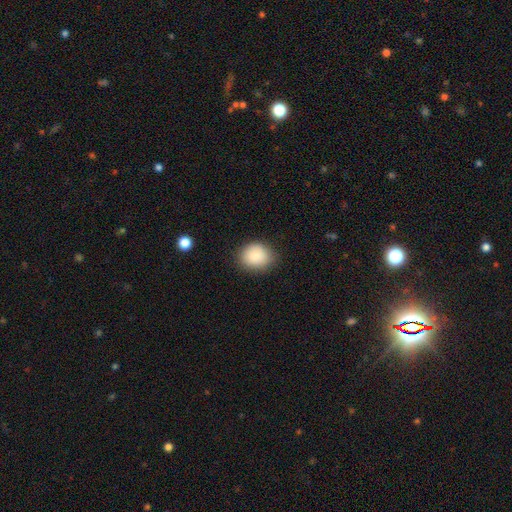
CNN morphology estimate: smooth_or_featured: smooth (p=0.87) [alt: star or artifact p=0.08]
how_rounded: round (p=0.62) [alt: in between p=0.37]
merging: none (p=0.81) [alt: minor disturbance p=0.14]